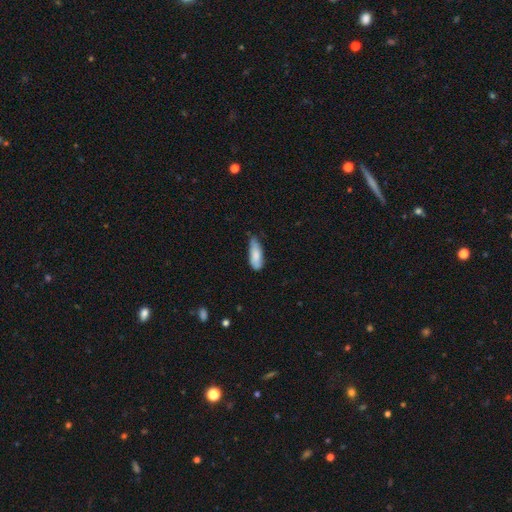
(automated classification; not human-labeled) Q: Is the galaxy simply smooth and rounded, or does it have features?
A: smooth — 81%.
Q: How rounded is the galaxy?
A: in between — 65%.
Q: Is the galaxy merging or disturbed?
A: none — 51%.